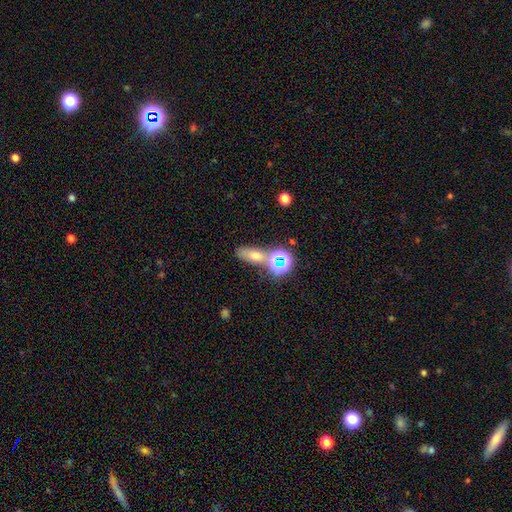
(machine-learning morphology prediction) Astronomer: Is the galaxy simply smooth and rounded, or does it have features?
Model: smooth — 48% (runner-up: star or artifact, 34%).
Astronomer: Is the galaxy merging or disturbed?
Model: none — 61%.